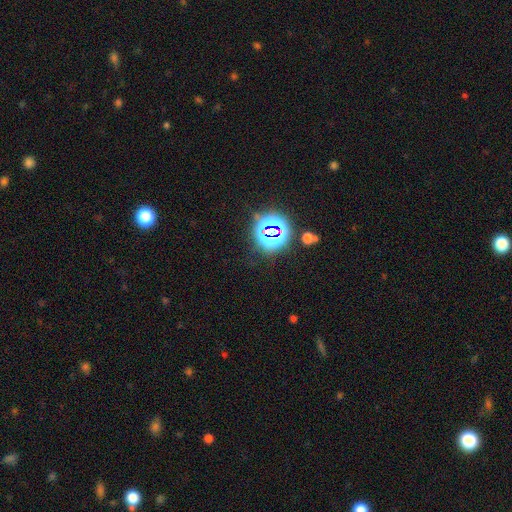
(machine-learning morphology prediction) Overall: star or artifact (79%).